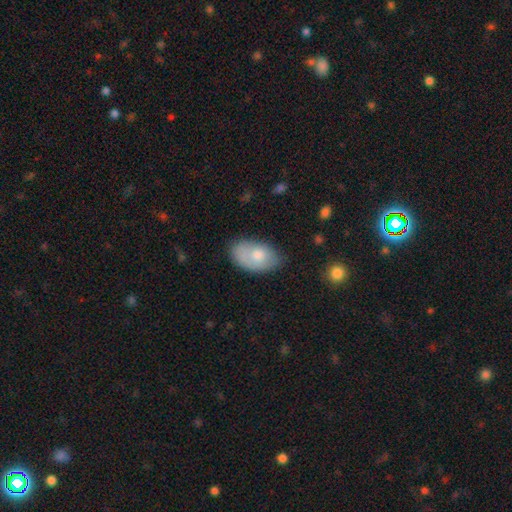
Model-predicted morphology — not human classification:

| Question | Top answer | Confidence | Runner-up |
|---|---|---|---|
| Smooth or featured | smooth | 72% | featured or disk (22%) |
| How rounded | in between | 92% | round (6%) |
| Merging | none | 60% | minor disturbance (29%) |